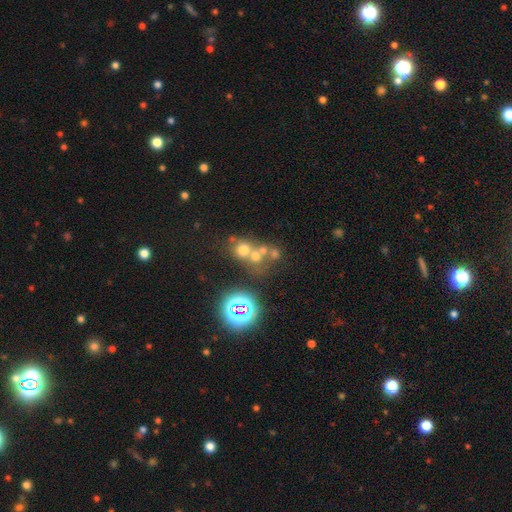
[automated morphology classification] smooth-or-featured: smooth: 53% | star or artifact: 28% | featured or disk: 19%
  how-rounded: round: 79% | in between: 19% | cigar-shaped: 1%
  merging: merger: 45% | none: 41% | minor disturbance: 8% | major disturbance: 6%